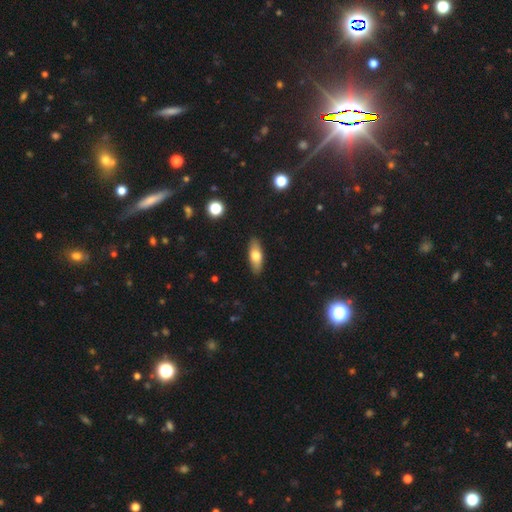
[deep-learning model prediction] The model was most divided on "how rounded": in between: 69%, cigar-shaped: 28%, round: 3%. More confident: merging — none (88%); smooth or featured — smooth (69%).